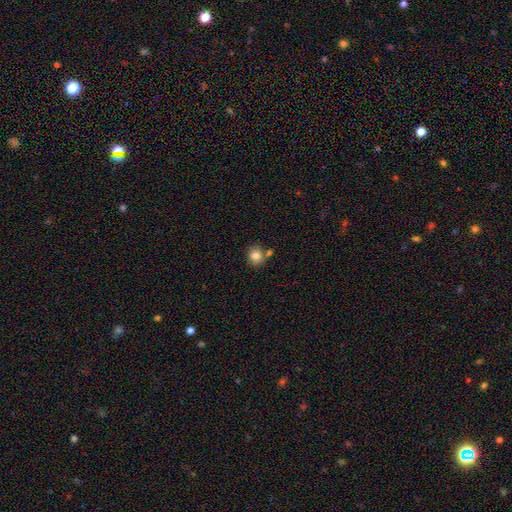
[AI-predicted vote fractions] This appears to be a smooth galaxy with no disk features (82%) that is round (83%). Merging: none (66%).